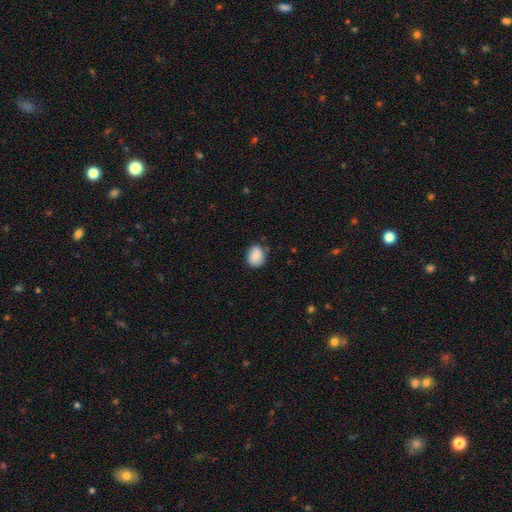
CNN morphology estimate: Smooth or featured: smooth — 86% (star or artifact — 7%)
How rounded: round — 52% (in between — 47%)
Merging: none — 75% (minor disturbance — 20%)